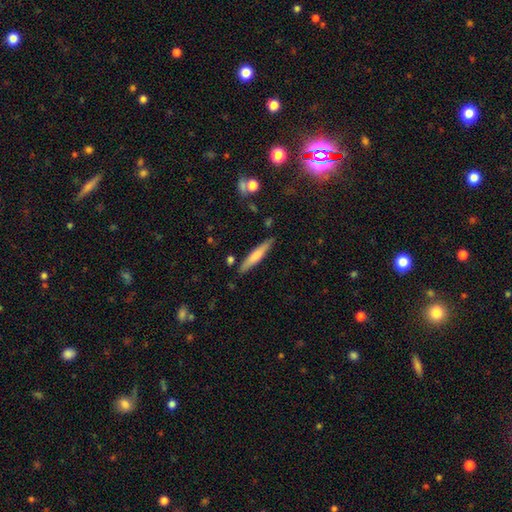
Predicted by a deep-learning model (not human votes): A smooth galaxy with no disk features (66%) that is cigar-shaped (90%). Merging: none (85%).